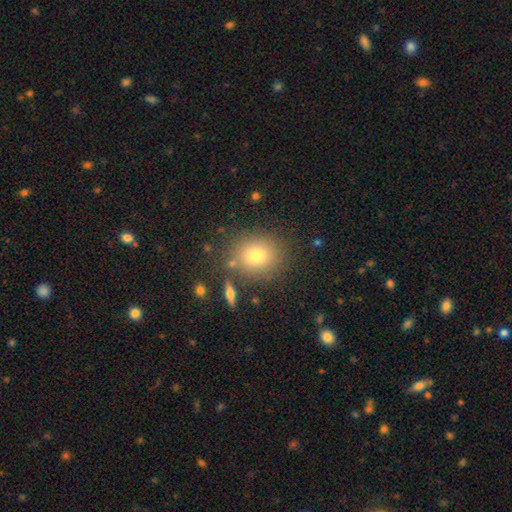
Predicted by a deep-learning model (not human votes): Morphology: type=smooth (76%); roundness=round (66%); merging=none (80%).